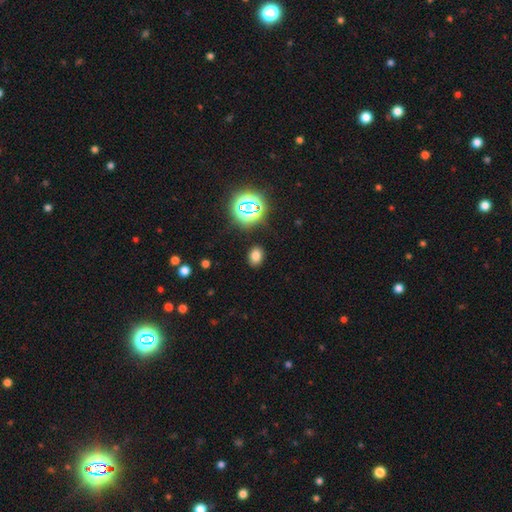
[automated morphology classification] This is likely a smooth galaxy (73%). How rounded: likely in between (70%). Merging: clearly none (87%).